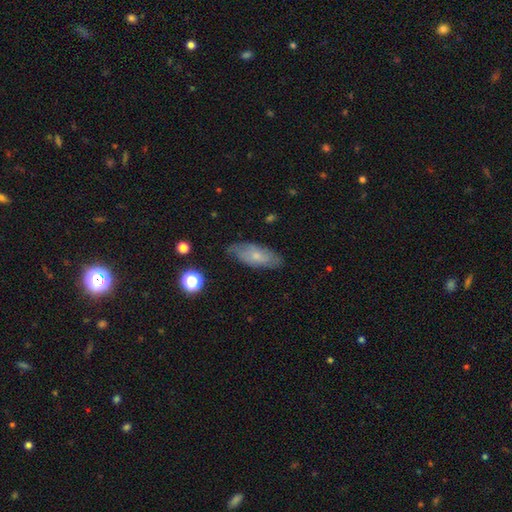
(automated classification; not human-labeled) A smooth galaxy with no disk features (55%) that is in between round and cigar-shaped (79%). Merging: none (73%).